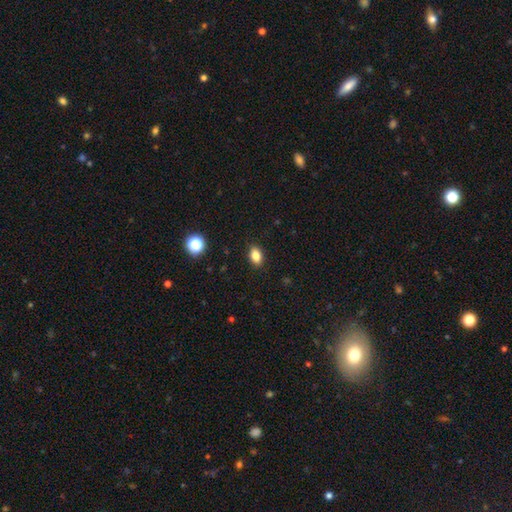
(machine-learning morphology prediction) Smooth or featured: smooth — 83% (star or artifact — 11%)
How rounded: in between — 83% (round — 15%)
Merging: none — 89% (minor disturbance — 8%)